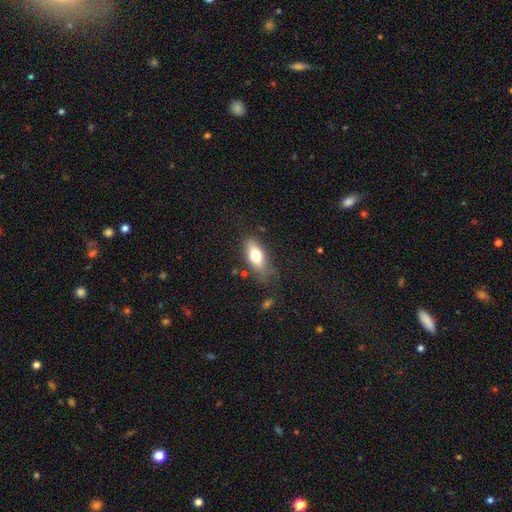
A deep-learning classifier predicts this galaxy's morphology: This is likely a smooth galaxy (70%). How rounded: likely in between (80%). Merging: likely none (68%).